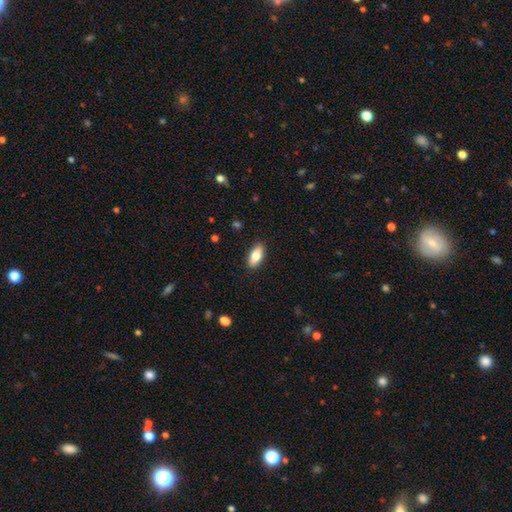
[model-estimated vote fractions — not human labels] This is likely a smooth galaxy (77%). How rounded: clearly in between (83%). Merging: clearly none (89%).